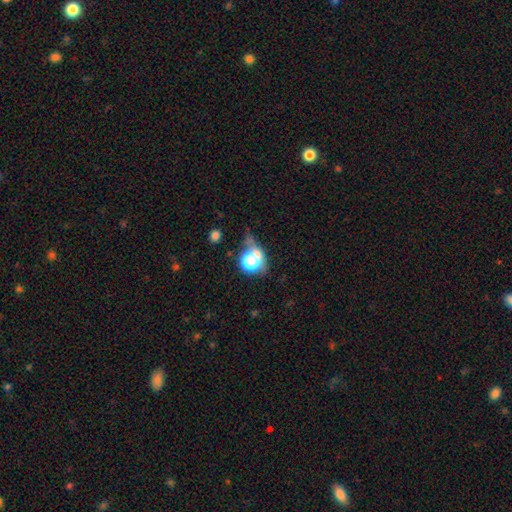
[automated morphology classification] Smooth or featured? smooth (58%)
How rounded? round (66%)
Merging? none (46%)